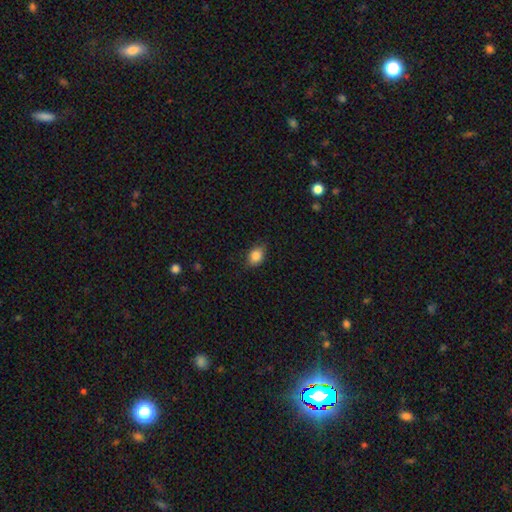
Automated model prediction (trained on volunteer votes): Smooth or featured?
  - smooth: 85% *
  - star or artifact: 9%
  - featured or disk: 6%
How rounded?
  - in between: 69% *
  - round: 29%
  - cigar-shaped: 2%
Merging?
  - none: 80% *
  - minor disturbance: 16%
  - major disturbance: 3%
  - merger: 1%